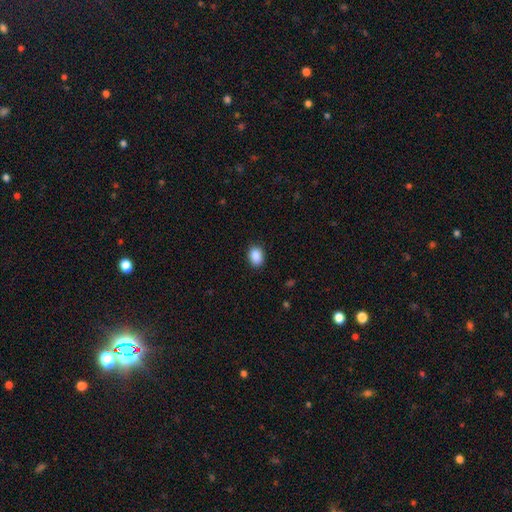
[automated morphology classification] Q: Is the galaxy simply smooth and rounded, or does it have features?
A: smooth — 90%.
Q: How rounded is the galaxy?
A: in between — 75%.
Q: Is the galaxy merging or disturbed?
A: none — 87%.